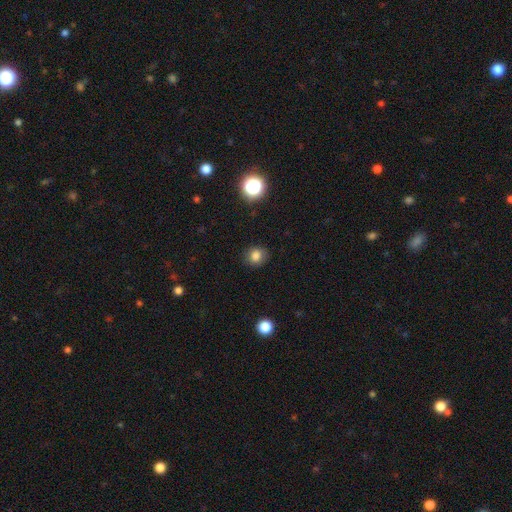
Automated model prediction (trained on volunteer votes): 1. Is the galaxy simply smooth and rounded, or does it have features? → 81% smooth, 14% star or artifact, 5% featured or disk.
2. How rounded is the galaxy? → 81% round, 18% in between, 1% cigar-shaped.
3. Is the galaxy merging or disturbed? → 86% none, 10% minor disturbance, 3% major disturbance, 1% merger.